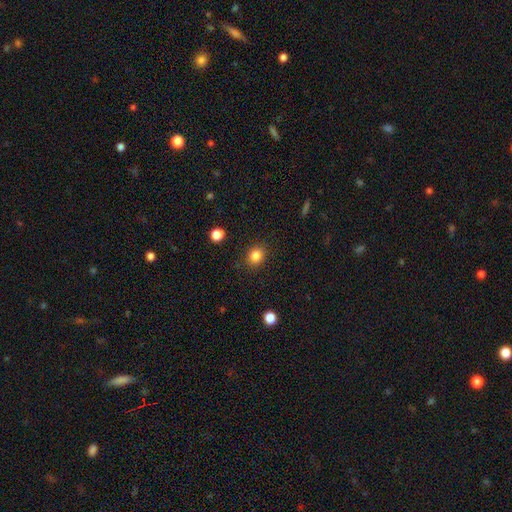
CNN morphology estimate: Smooth or featured? smooth (84%)
How rounded? round (67%)
Merging? none (87%)